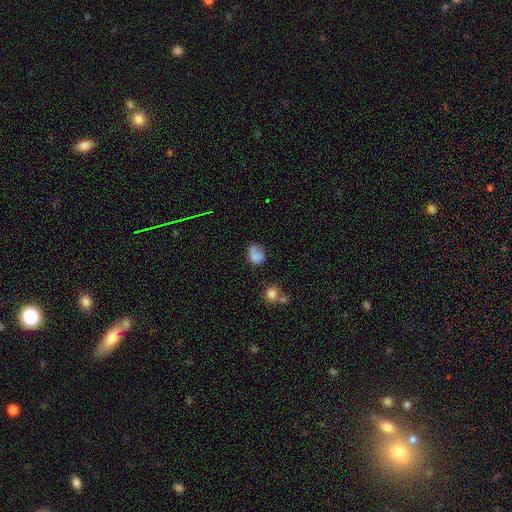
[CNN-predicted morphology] smooth 70%, featured or disk 18%, star or artifact 12%. Down the decision tree: how rounded — in between (57%); merging — none (39%).